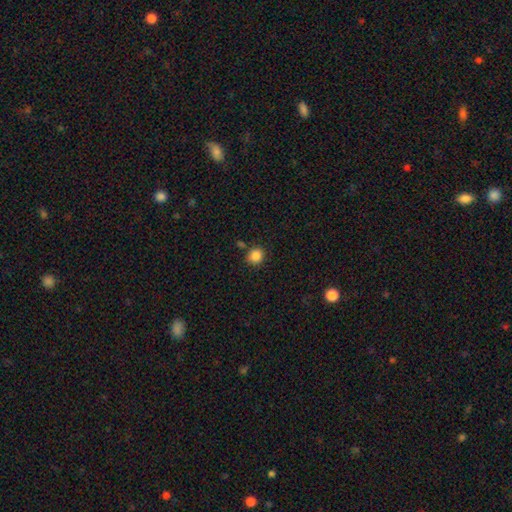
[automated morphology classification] smooth 86%, star or artifact 10%, featured or disk 4%. Down the decision tree: how rounded — round (83%); merging — none (81%).